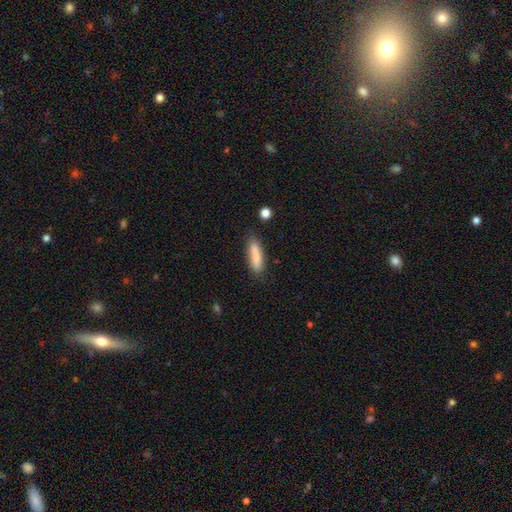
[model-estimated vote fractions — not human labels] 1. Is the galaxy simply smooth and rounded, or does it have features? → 85% smooth, 8% featured or disk, 7% star or artifact.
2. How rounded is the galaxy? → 61% cigar-shaped, 37% in between, 2% round.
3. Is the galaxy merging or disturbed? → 76% none, 17% minor disturbance, 4% merger, 4% major disturbance.